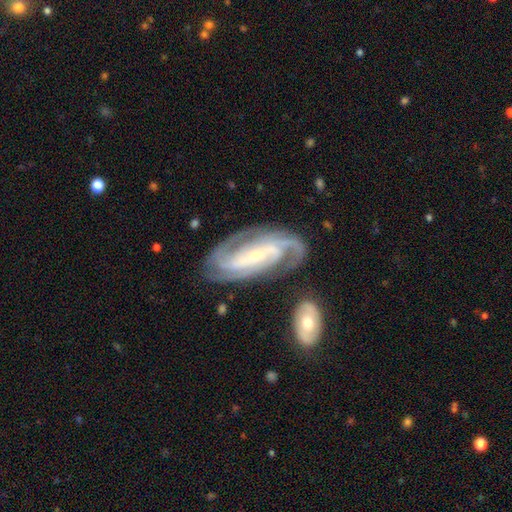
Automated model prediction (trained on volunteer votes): This appears to be a featured or disk galaxy (90%) with a strong bar (49%), 2 (38%) tight (50%) spiral arms (98%) and a small central bulge (70%). Merging: none (72%).